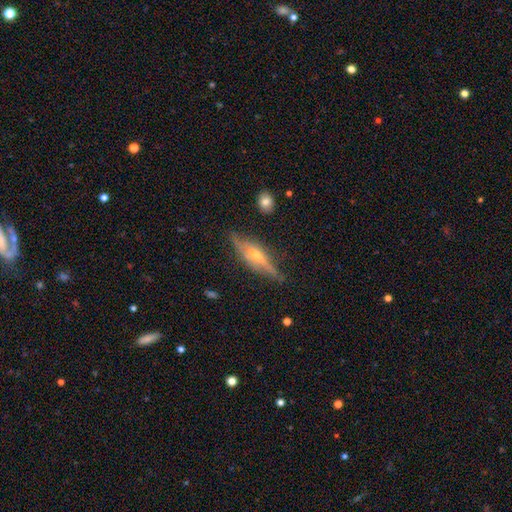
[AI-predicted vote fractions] smooth_or_featured: featured or disk (p=0.73) [alt: smooth p=0.20]
disk_edge_on: yes (p=0.91) [alt: no p=0.09]
edge_on_bulge: rounded (p=0.84) [alt: boxy p=0.09]
merging: none (p=0.77) [alt: minor disturbance p=0.16]